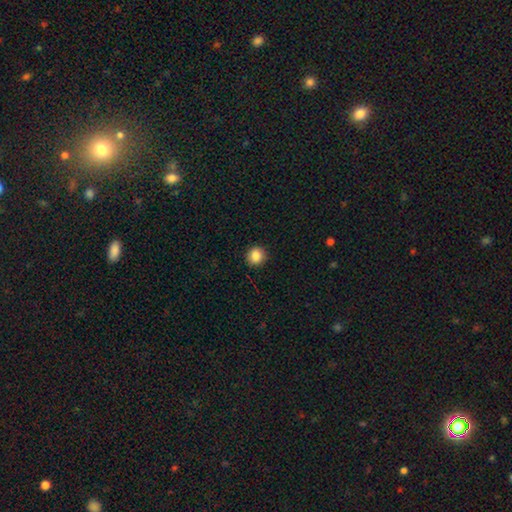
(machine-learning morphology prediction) Smooth or featured? Predicted: smooth (p=0.87). How rounded? Predicted: round (p=0.89). Merging? Predicted: none (p=0.91).